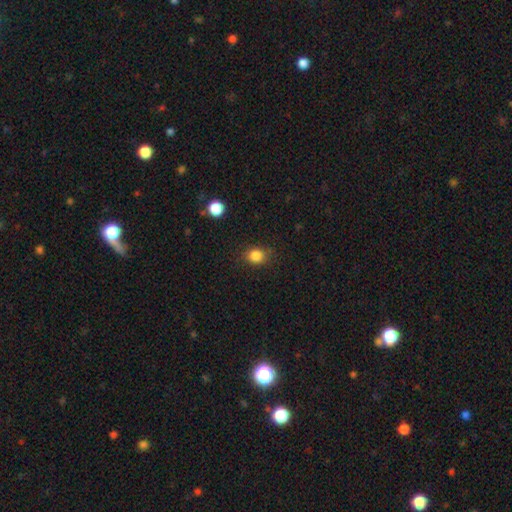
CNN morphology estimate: Smooth or featured? smooth (85%)
How rounded? round (64%)
Merging? none (80%)